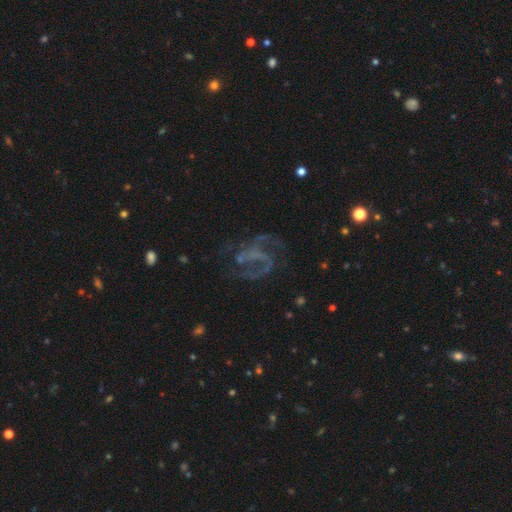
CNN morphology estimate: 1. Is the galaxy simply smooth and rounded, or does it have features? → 74% featured or disk, 15% star or artifact, 11% smooth.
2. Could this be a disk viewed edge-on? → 98% no, 2% yes.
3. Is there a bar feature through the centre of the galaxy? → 45% no, 35% weak, 19% strong.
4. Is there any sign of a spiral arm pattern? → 84% yes, 16% no.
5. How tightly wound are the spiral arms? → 43% loose (tied), 43% medium (tied), 15% tight.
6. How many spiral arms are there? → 63% 2, 14% can't tell, 10% 1, 8% 3, 3% 4, 3% more than 4.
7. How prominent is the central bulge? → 70% none, 18% small, 8% moderate, 3% large, 1% dominant.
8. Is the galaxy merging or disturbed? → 53% none, 28% major disturbance, 16% minor disturbance, 3% merger.